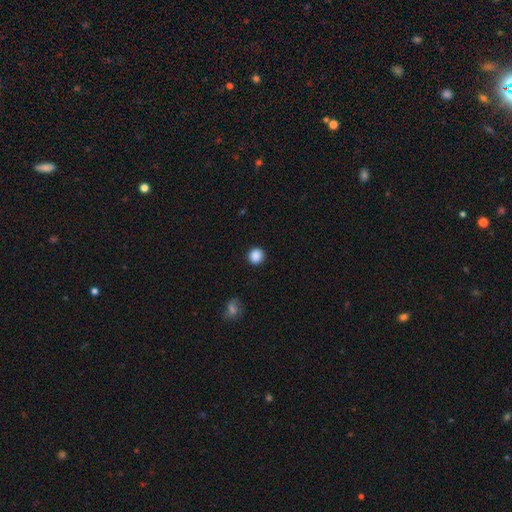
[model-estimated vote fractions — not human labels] Smooth or featured?
  - smooth: 88% *
  - star or artifact: 10%
  - featured or disk: 3%
How rounded?
  - round: 93% *
  - in between: 6%
  - cigar-shaped: 1%
Merging?
  - none: 92% *
  - minor disturbance: 5%
  - major disturbance: 2%
  - merger: 1%